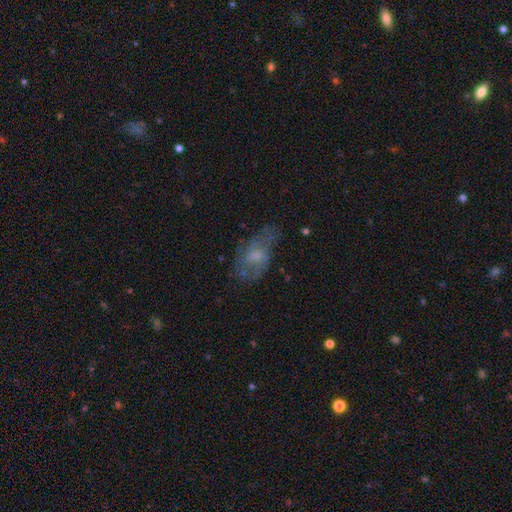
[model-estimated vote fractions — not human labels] Smooth or featured?
  - smooth: 47% *
  - featured or disk: 45%
  - star or artifact: 9%
Merging?
  - none: 52% *
  - minor disturbance: 26%
  - major disturbance: 19%
  - merger: 2%